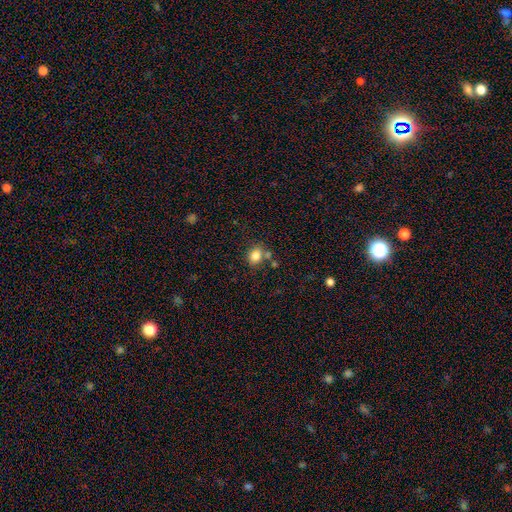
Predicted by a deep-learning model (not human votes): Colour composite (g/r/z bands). It shows a smooth galaxy with no disk features (82%) that is in between round and cigar-shaped (54%). Merging: none (67%).